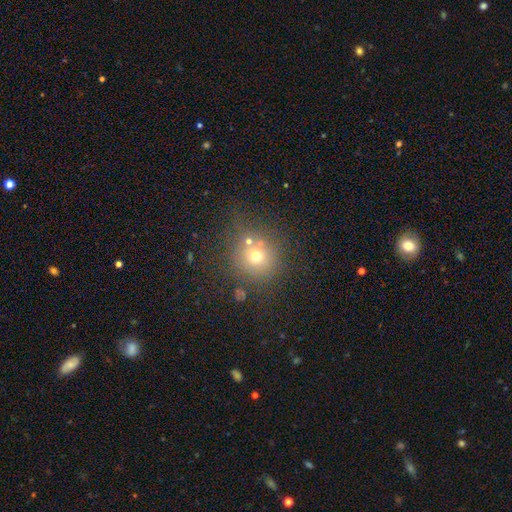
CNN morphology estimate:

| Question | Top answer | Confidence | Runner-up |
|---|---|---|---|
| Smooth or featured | smooth | 65% | star or artifact (19%) |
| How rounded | round | 90% | in between (9%) |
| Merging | none | 66% | merger (17%) |